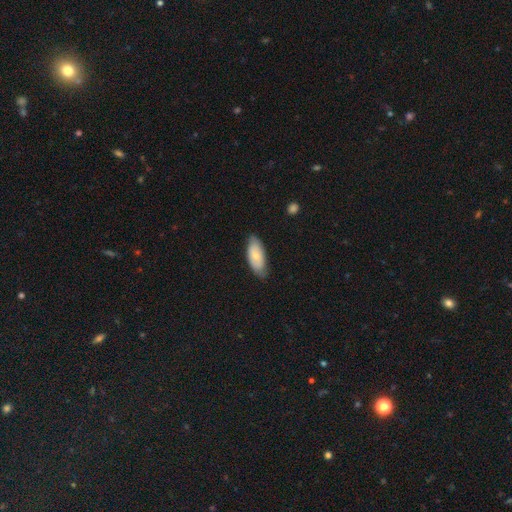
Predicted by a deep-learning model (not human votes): smooth 68%, featured or disk 27%, star or artifact 6%. Down the decision tree: how rounded — in between (88%); merging — none (71%).